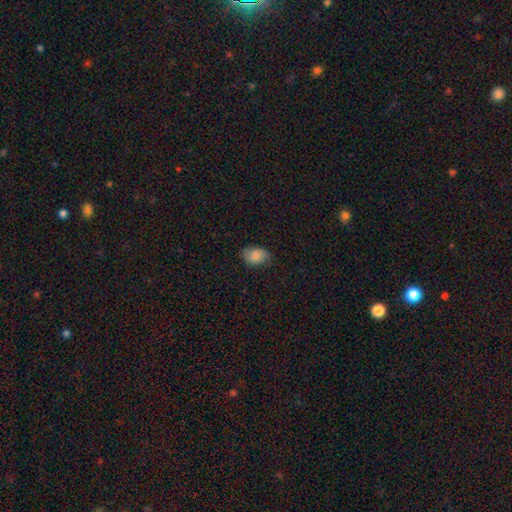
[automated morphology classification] smooth_or_featured: smooth (p=0.81) [alt: featured or disk p=0.11]
how_rounded: in between (p=0.86) [alt: round p=0.13]
merging: none (p=0.74) [alt: minor disturbance p=0.20]